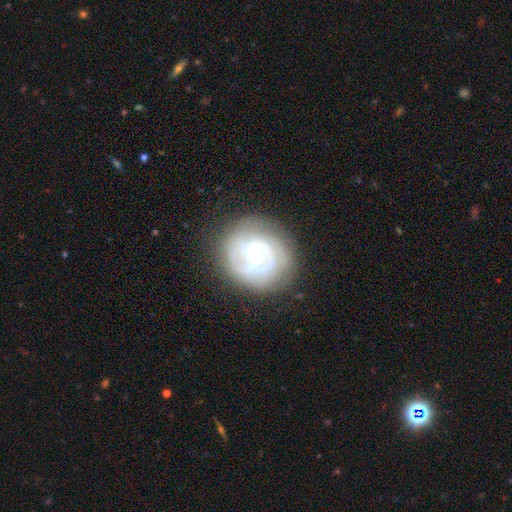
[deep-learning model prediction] Overall: featured or disk (82%). Edge-on disk: no (98%). Bar: no (67%). Spiral arms: yes (93%). Spiral arm count: 2 (29%; 3 27%). Spiral winding: tight (69%). Bulge size: small (69%). Merging: none (78%).